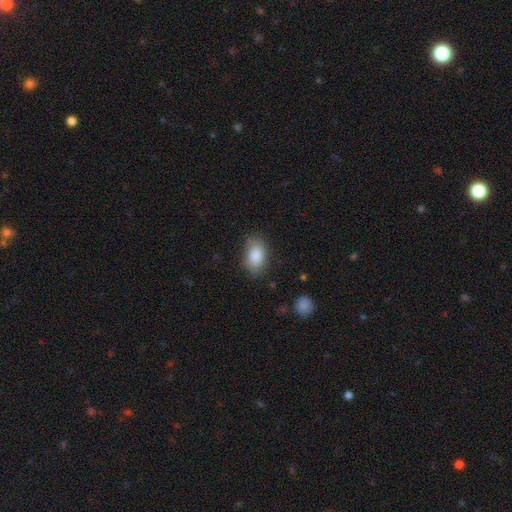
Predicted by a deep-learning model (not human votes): Smooth or featured: smooth — 87% (star or artifact — 7%)
How rounded: in between — 90% (round — 8%)
Merging: none — 79% (minor disturbance — 15%)